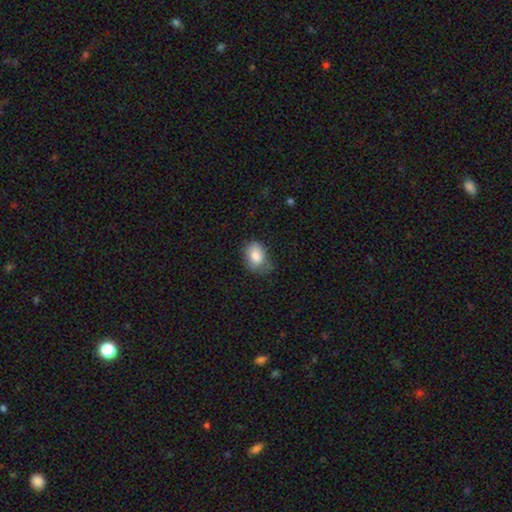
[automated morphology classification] Smooth or featured? smooth (82%)
How rounded? in between (71%)
Merging? none (50%)